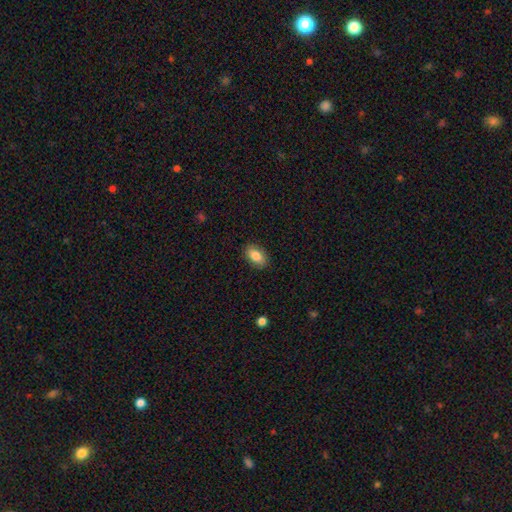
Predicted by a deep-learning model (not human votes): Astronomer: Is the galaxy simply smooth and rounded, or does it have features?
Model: smooth — 84%.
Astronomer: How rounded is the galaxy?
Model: in between — 90%.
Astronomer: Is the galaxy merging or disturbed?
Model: none — 88%.